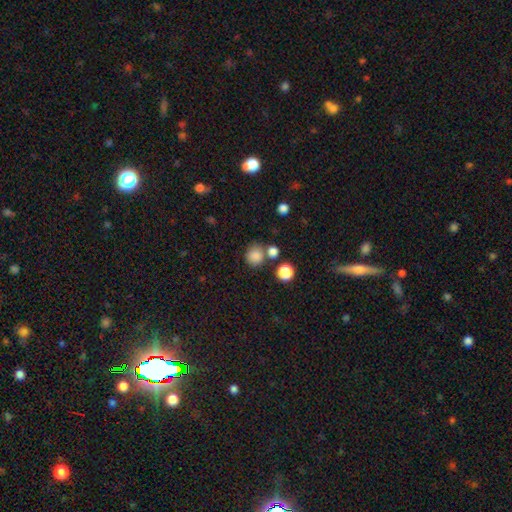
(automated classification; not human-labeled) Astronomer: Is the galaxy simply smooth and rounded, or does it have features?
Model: smooth — 83%.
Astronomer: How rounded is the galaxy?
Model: round — 87%.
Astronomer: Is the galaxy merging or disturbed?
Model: none — 67%.